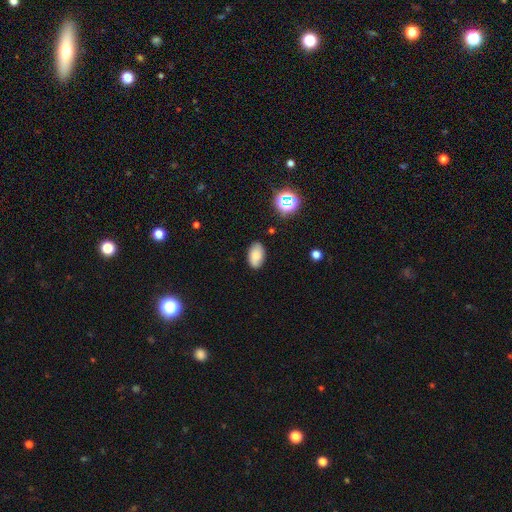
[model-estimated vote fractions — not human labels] smooth_or_featured: smooth (p=0.81) [alt: star or artifact p=0.10]
how_rounded: in between (p=0.93) [alt: round p=0.05]
merging: none (p=0.84) [alt: minor disturbance p=0.12]